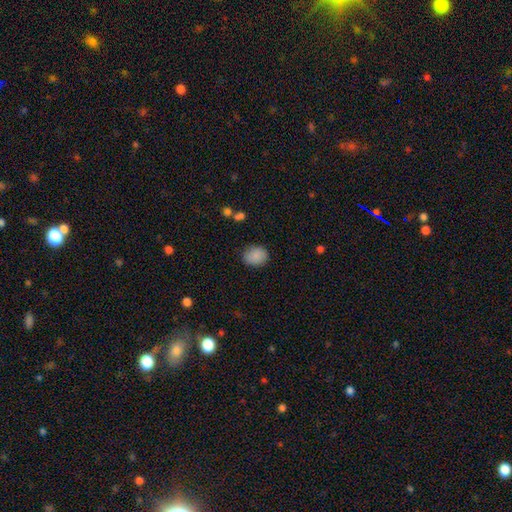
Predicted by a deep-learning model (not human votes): Q: Smooth or featured?
A: smooth (87%); runner-up: star or artifact (8%)
Q: How rounded?
A: round (56%); runner-up: in between (43%)
Q: Merging?
A: none (84%); runner-up: minor disturbance (11%)